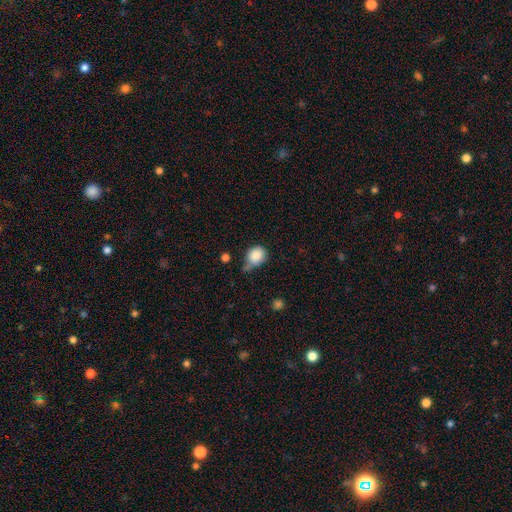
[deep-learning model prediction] Smooth or featured? smooth (85%)
How rounded? round (70%)
Merging? none (45%)